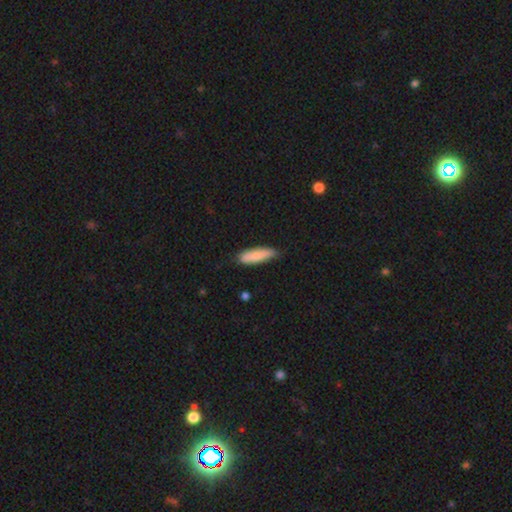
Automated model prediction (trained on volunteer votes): Q: Smooth or featured?
A: smooth (82%); runner-up: featured or disk (12%)
Q: How rounded?
A: cigar-shaped (61%); runner-up: in between (38%)
Q: Merging?
A: none (75%); runner-up: minor disturbance (20%)